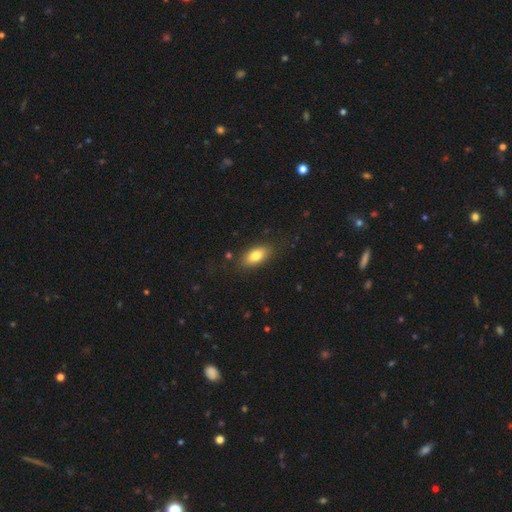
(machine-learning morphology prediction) smooth_or_featured: smooth (p=0.79) [alt: featured or disk p=0.14]
how_rounded: in between (p=0.87) [alt: cigar-shaped p=0.08]
merging: none (p=0.82) [alt: minor disturbance p=0.12]